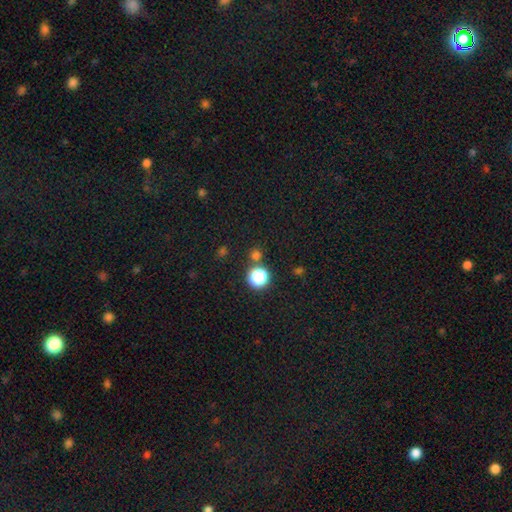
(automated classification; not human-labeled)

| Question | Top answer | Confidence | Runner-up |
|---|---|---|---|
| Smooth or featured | star or artifact | 63% | smooth (29%) |